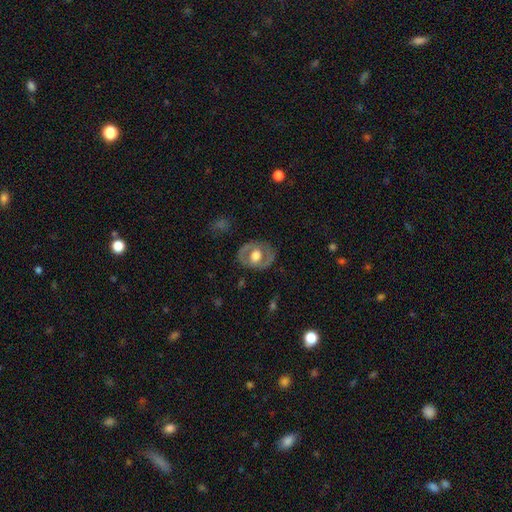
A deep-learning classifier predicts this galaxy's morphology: The model was most divided on "smooth or featured": featured or disk: 54%, smooth: 40%, star or artifact: 6%. More confident: edge-on disk — no (93%); merging — none (77%).